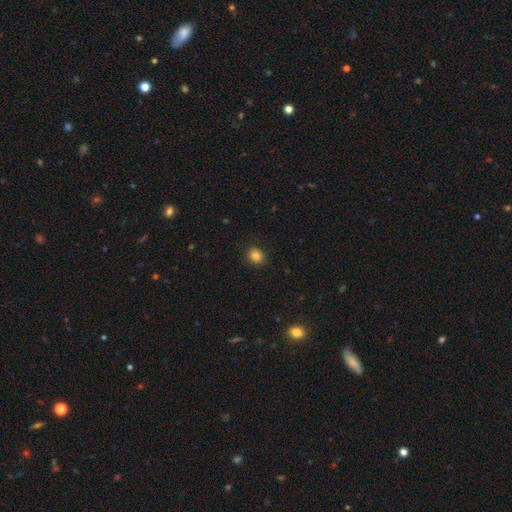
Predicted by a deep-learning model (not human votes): The model was most divided on "how rounded": round: 68%, in between: 32%, cigar-shaped: 1%. More confident: merging — none (89%); smooth or featured — smooth (84%).